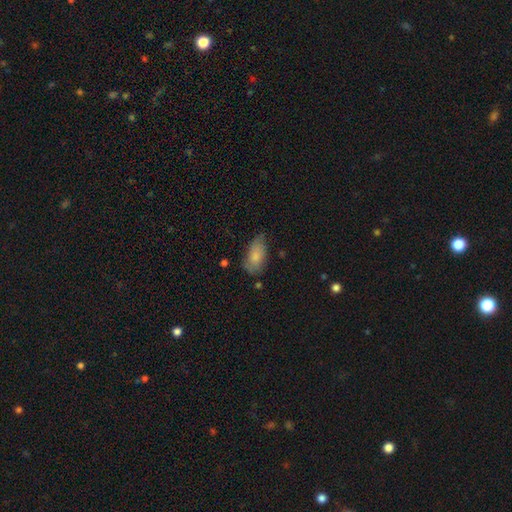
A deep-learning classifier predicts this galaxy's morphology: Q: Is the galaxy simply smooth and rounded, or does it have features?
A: smooth — 80%.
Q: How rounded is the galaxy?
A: in between — 91%.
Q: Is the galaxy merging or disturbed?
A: none — 58%.